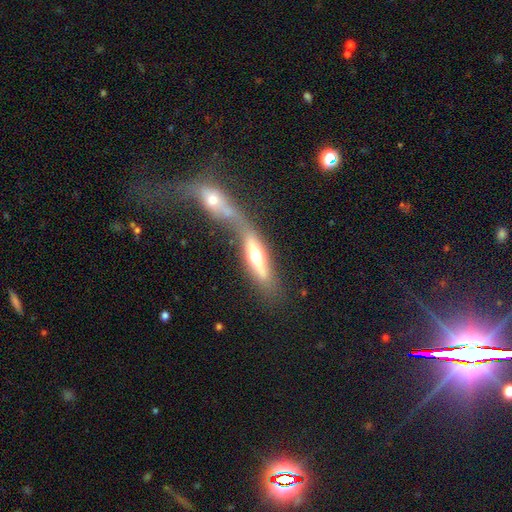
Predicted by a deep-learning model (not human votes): Smooth or featured? featured or disk (53%)
Edge-on disk? yes (80%)
Merging? merger (50%)